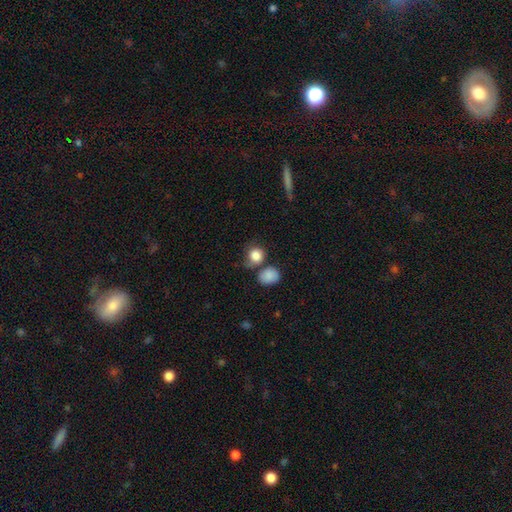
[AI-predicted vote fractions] This is clearly a smooth galaxy (85%). How rounded: likely round (76%). Merging: possibly none (53%).